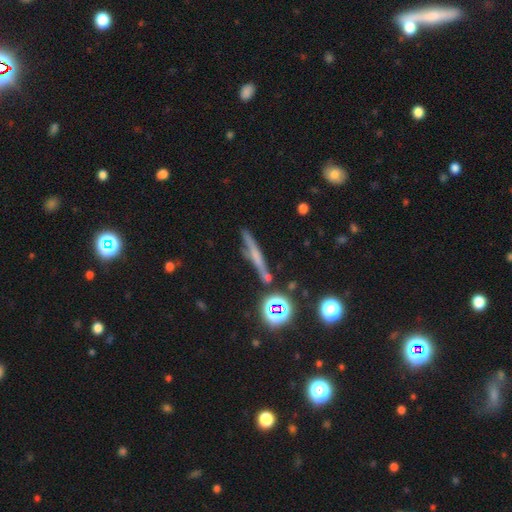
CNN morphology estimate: smooth 43%, featured or disk 39%, star or artifact 18%. Down the decision tree: merging — none (75%).